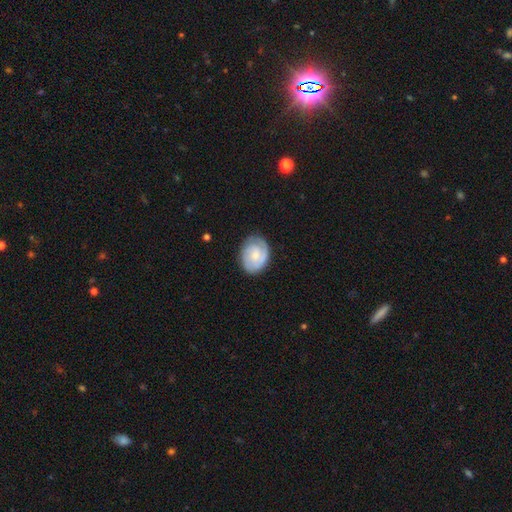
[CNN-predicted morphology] smooth-or-featured: featured or disk: 72% | smooth: 23% | star or artifact: 5%
  disk-edge-on: no: 98% | yes: 2%
    bar: no: 65% | weak: 32% | strong: 4%
    has-spiral-arms: yes: 94% | no: 6%
      spiral-winding: tight: 61% | medium: 31% | loose: 8%
      spiral-arm-count: 2: 49% | can't tell: 20% | 3: 17% | 1: 8% | 4: 3% | more than 4: 3%
    bulge-size: small: 51% | moderate: 39% | none: 6% | large: 3% | dominant: 1%
  merging: none: 79% | minor disturbance: 15% | major disturbance: 4% | merger: 1%